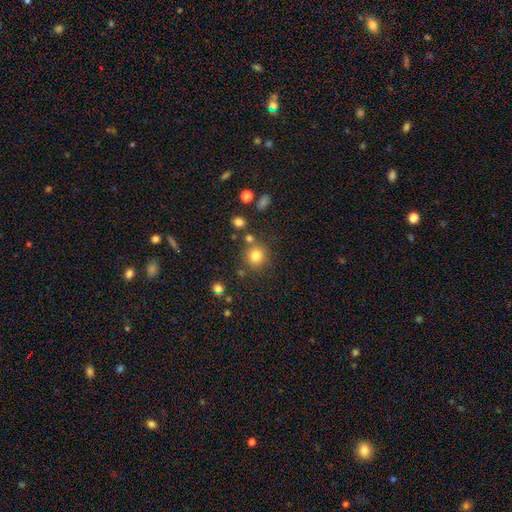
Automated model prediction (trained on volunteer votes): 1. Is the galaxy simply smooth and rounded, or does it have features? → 80% smooth, 13% star or artifact, 7% featured or disk.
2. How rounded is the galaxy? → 90% round, 9% in between, 1% cigar-shaped.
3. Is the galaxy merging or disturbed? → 75% none, 11% merger, 10% minor disturbance, 4% major disturbance.